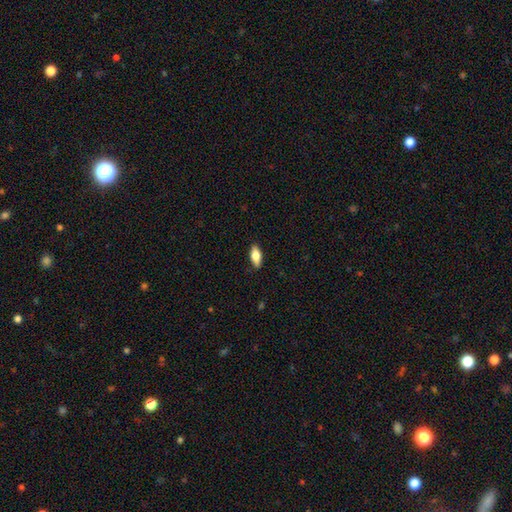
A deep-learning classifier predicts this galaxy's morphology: Smooth or featured: smooth — 73% (featured or disk — 20%)
How rounded: in between — 79% (cigar-shaped — 18%)
Merging: none — 87% (minor disturbance — 10%)